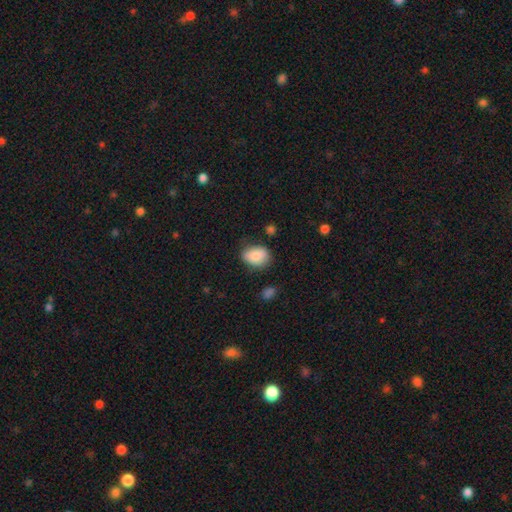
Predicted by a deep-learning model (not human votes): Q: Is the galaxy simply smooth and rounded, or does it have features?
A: smooth — 84%.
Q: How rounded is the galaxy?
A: in between — 74%.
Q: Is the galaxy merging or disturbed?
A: none — 69%.